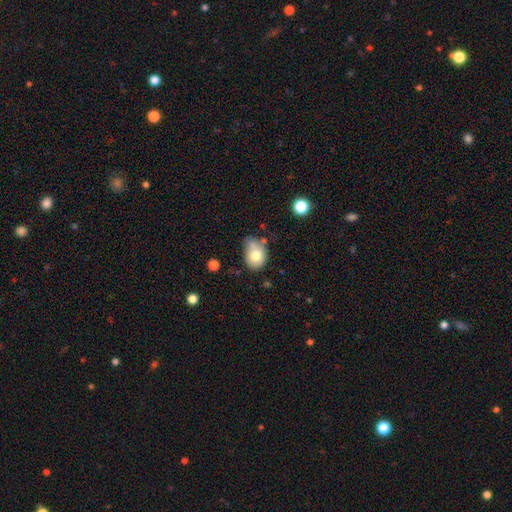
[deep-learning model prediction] This appears to be a smooth galaxy with no disk features (74%) that is in between round and cigar-shaped (70%). Merging: none (40%).